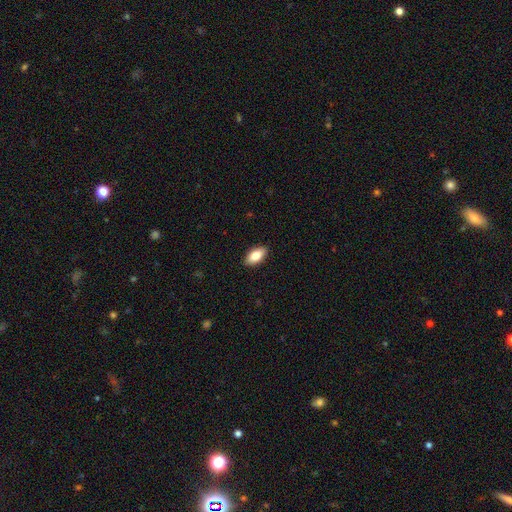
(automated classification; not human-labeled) A smooth galaxy with no disk features (81%) that is in between round and cigar-shaped (91%).

Vote fractions:
- Smooth or featured? smooth: 81% / featured or disk: 12% / star or artifact: 7%
- How rounded? in between: 91% / cigar-shaped: 6% / round: 3%
- Merging? none: 89% / minor disturbance: 8% / major disturbance: 2% / merger: 1%